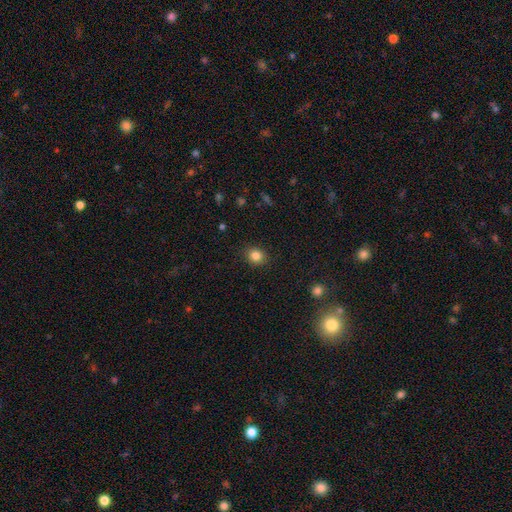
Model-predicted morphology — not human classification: Smooth or featured?
  - smooth: 84% *
  - star or artifact: 11%
  - featured or disk: 5%
How rounded?
  - round: 70% *
  - in between: 30%
  - cigar-shaped: 1%
Merging?
  - none: 89% *
  - minor disturbance: 7%
  - major disturbance: 2%
  - merger: 1%